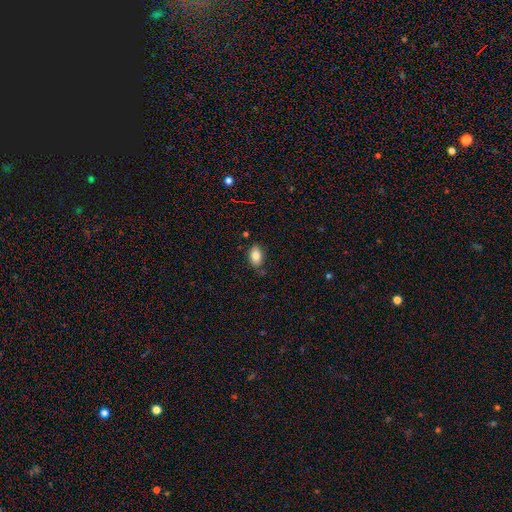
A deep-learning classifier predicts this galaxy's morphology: A smooth galaxy with no disk features (83%) that is in between round and cigar-shaped (89%). Merging: none (78%).